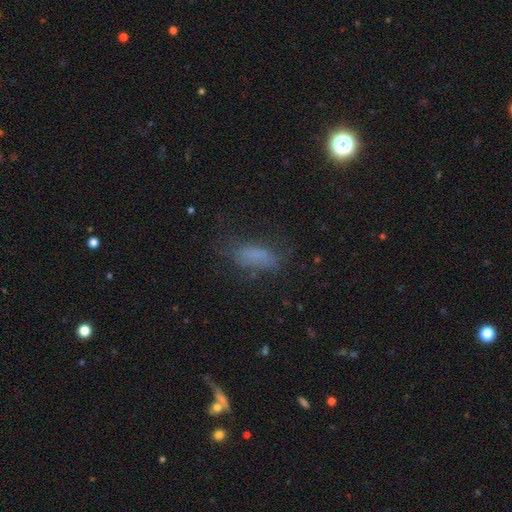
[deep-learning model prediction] A smooth galaxy with no disk features (65%) that is in between round and cigar-shaped (74%).

Vote fractions:
- Smooth or featured? smooth: 65% / star or artifact: 17% / featured or disk: 17%
- How rounded? in between: 74% / cigar-shaped: 21% / round: 5%
- Merging? none: 55% / minor disturbance: 23% / major disturbance: 19% / merger: 2%